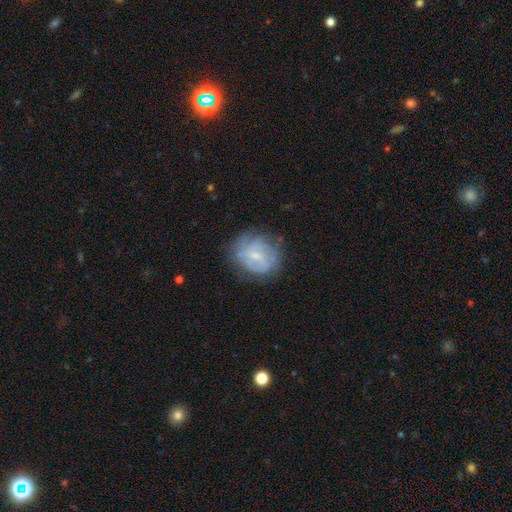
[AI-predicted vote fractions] A featured or disk galaxy (66%) with a weak bar (56%), tight (52%) spiral arms (79%) and a small central bulge (65%). Merging: none (69%).